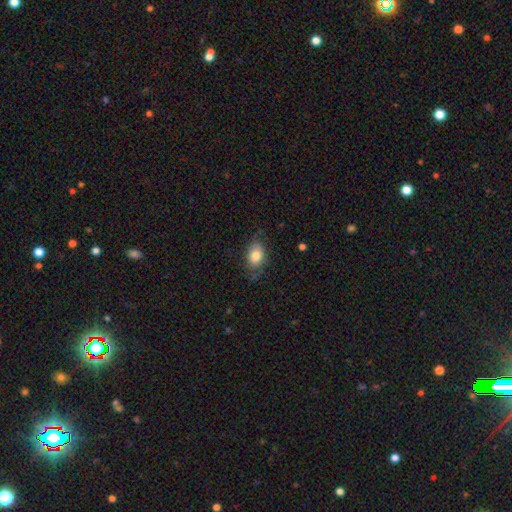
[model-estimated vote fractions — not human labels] Smooth or featured: smooth — 80% (featured or disk — 12%)
How rounded: in between — 80% (round — 19%)
Merging: none — 71% (minor disturbance — 22%)